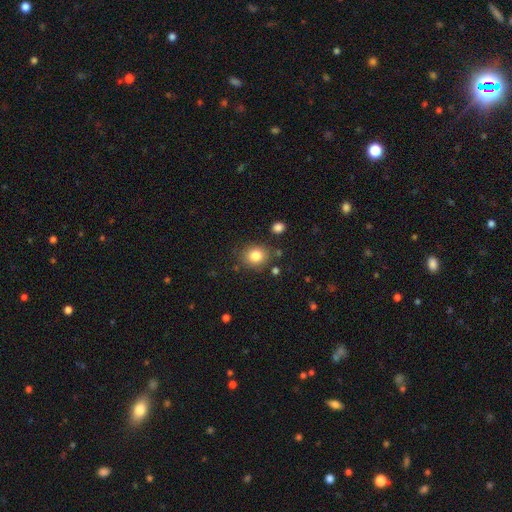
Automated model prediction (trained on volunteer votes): Smooth or featured? smooth (83%)
How rounded? round (75%)
Merging? none (82%)